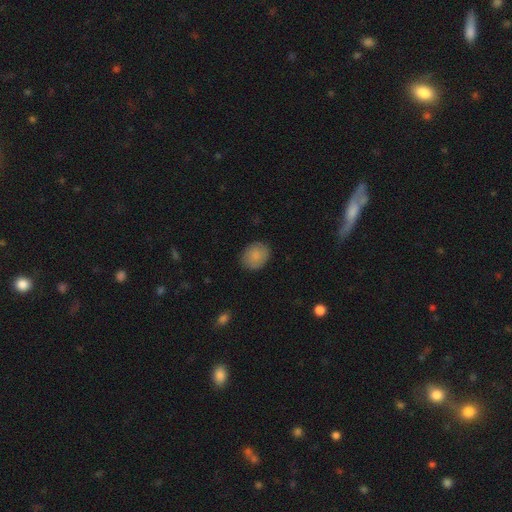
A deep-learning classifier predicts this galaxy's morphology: type=smooth (85%); roundness=round (54%); merging=none (85%).